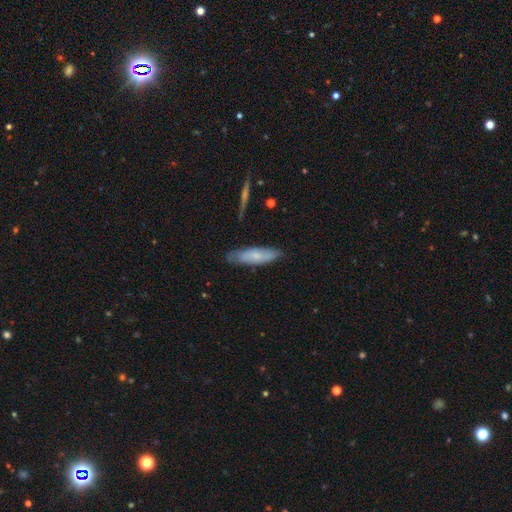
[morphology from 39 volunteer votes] A smooth galaxy with no disk features (69%) that is cigar-shaped (52%).

Vote fractions:
- Smooth or featured? smooth: 69% / featured or disk: 26% / star or artifact: 5%
- How rounded? cigar-shaped: 52% / in between: 44% / round: 4%
- Merging? none: 62% / minor disturbance: 32% / major disturbance: 3% / merger: 3%